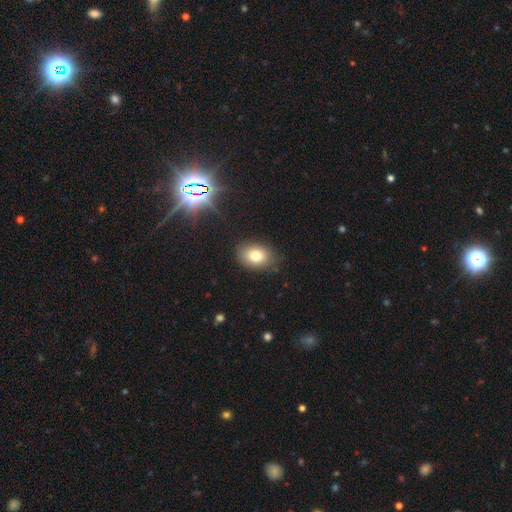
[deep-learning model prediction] Overall: smooth (77%). How rounded: in between (74%). Merging: none (83%).